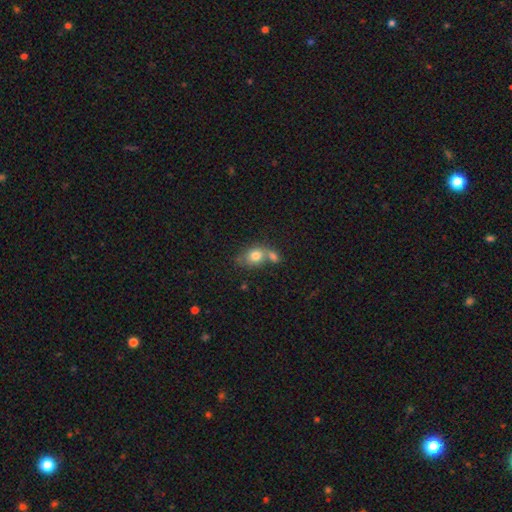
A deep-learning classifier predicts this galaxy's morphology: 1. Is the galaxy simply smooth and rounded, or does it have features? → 79% smooth, 12% featured or disk, 9% star or artifact.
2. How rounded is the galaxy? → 53% in between, 45% round, 2% cigar-shaped.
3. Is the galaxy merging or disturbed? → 46% merger, 37% none, 12% minor disturbance, 5% major disturbance.